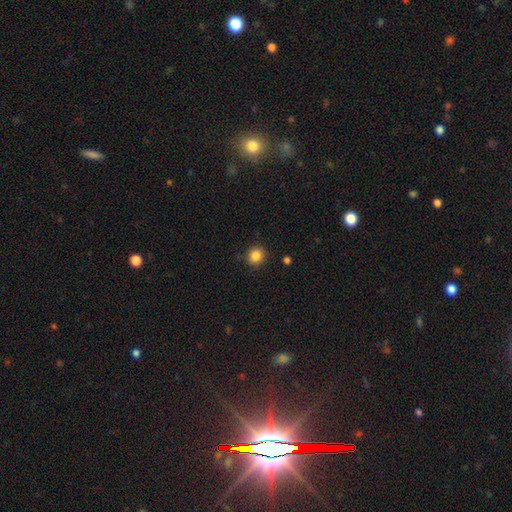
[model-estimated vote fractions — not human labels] Q: Smooth or featured?
A: smooth (85%); runner-up: star or artifact (11%)
Q: How rounded?
A: round (88%); runner-up: in between (11%)
Q: Merging?
A: none (87%); runner-up: minor disturbance (9%)